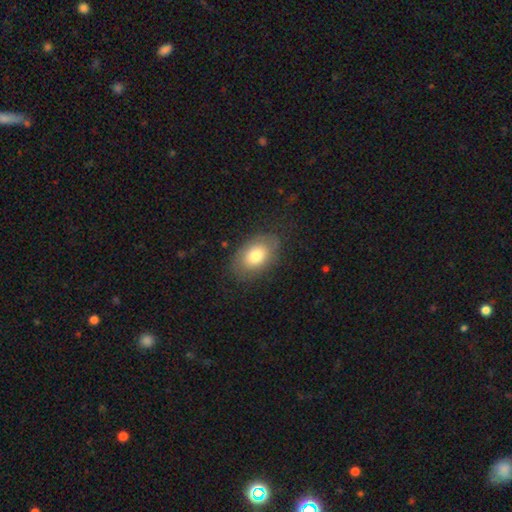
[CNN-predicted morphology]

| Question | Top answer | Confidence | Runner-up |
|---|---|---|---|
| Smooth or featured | smooth | 75% | featured or disk (18%) |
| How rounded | in between | 88% | round (11%) |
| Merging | none | 75% | minor disturbance (17%) |